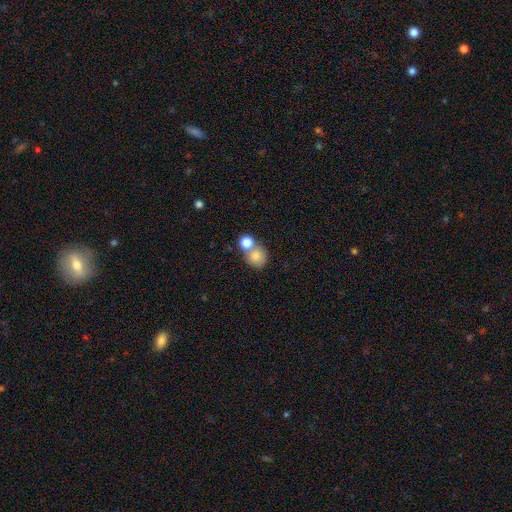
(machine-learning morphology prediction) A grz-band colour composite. It shows a smooth galaxy with no disk features (80%) that is round (80%). Merging: none (46%).